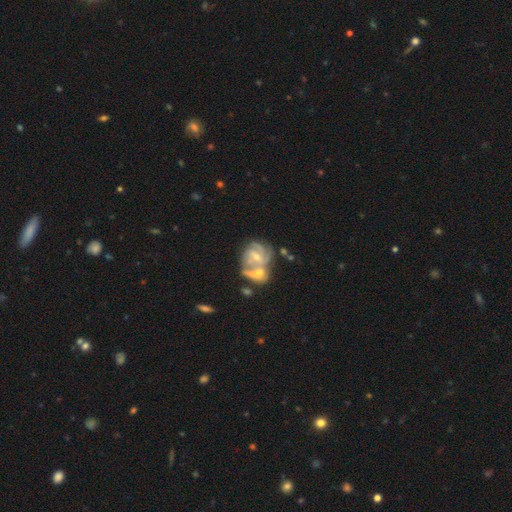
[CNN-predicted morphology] A featured or disk galaxy (81%) with a weak bar (44%), 3 (37%) tight (46%) spiral arms (91%) and a small central bulge (55%). Merging: merger (52%).